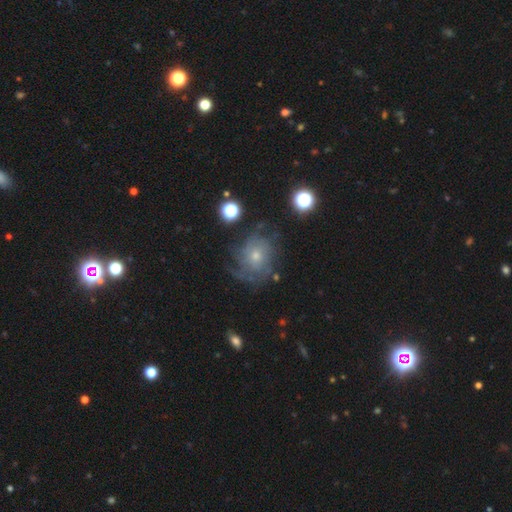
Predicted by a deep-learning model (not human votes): This appears to be a featured or disk galaxy (63%) with no bar (82%), tight (53%) spiral arms (83%) and a small central bulge (60%). Merging: none (60%).